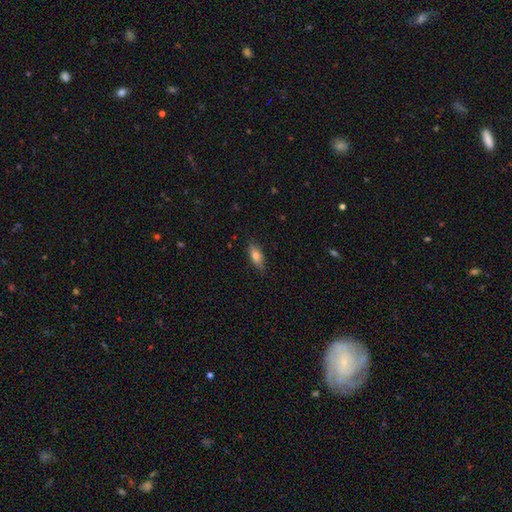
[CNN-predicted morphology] Q: Smooth or featured?
A: smooth (68%); runner-up: featured or disk (24%)
Q: How rounded?
A: in between (69%); runner-up: cigar-shaped (28%)
Q: Merging?
A: none (83%); runner-up: minor disturbance (13%)